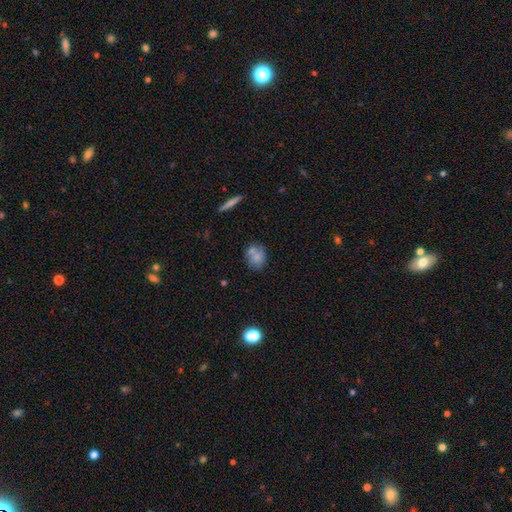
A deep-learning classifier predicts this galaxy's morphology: A smooth galaxy with no disk features (75%) that is round (55%).

Vote fractions:
- Smooth or featured? smooth: 75% / featured or disk: 16% / star or artifact: 10%
- How rounded? round: 55% / in between: 43% / cigar-shaped: 2%
- Merging? none: 57% / merger: 23% / minor disturbance: 16% / major disturbance: 5%